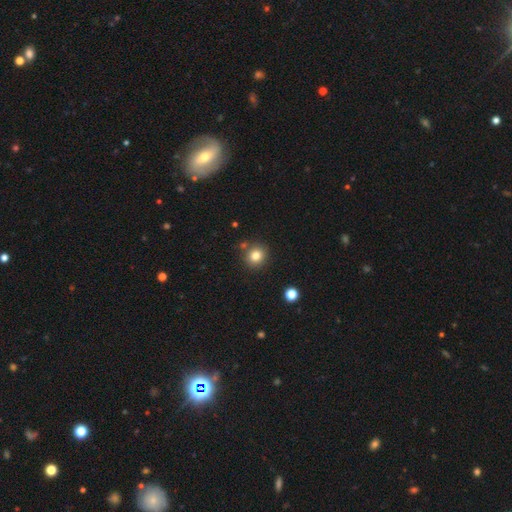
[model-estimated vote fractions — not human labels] smooth-or-featured: smooth: 81% | star or artifact: 12% | featured or disk: 7%
  how-rounded: round: 88% | in between: 11% | cigar-shaped: 1%
  merging: none: 83% | minor disturbance: 8% | merger: 6% | major disturbance: 2%